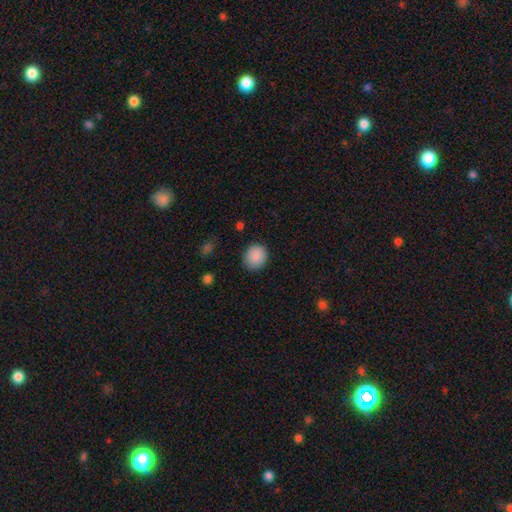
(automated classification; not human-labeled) This is clearly a smooth galaxy (89%). How rounded: clearly round (85%). Merging: clearly none (88%).